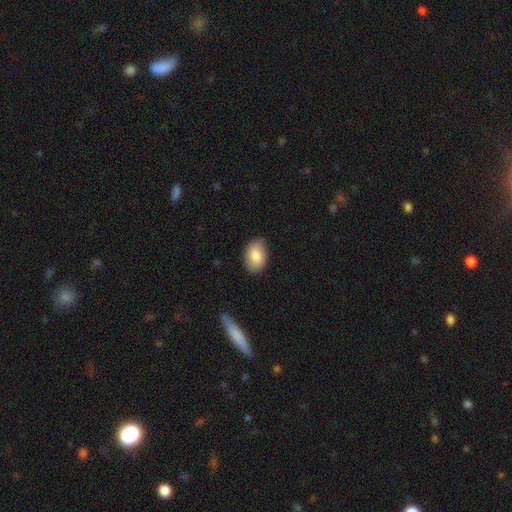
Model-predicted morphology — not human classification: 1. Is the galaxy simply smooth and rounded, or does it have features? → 82% smooth, 11% featured or disk, 7% star or artifact.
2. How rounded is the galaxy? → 84% in between, 15% round, 1% cigar-shaped.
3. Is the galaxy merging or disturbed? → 79% none, 17% minor disturbance, 3% major disturbance, 1% merger.